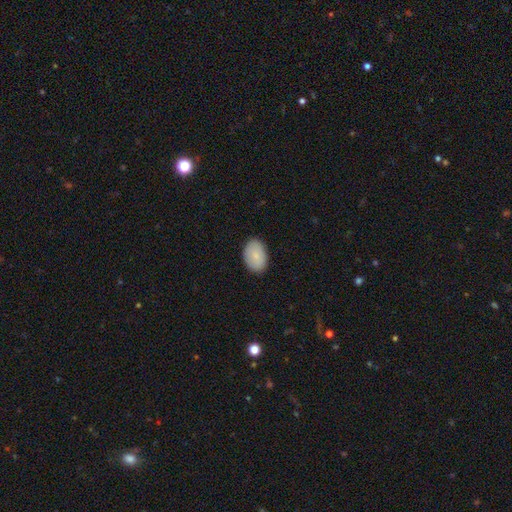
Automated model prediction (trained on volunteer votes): Overall: smooth (85%). How rounded: in between (85%). Merging: none (87%).